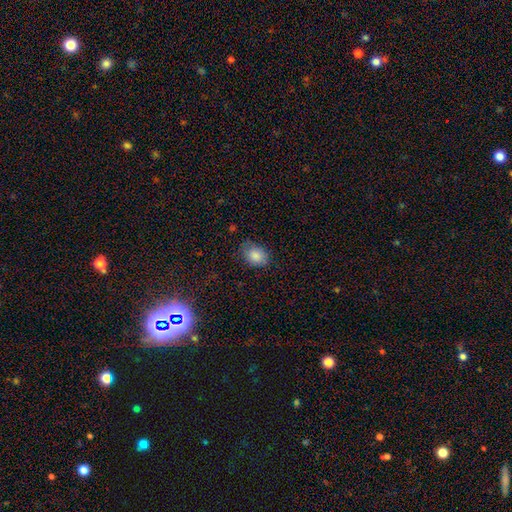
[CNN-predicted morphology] A smooth galaxy with no disk features (85%) that is in between round and cigar-shaped (69%). Merging: none (71%).